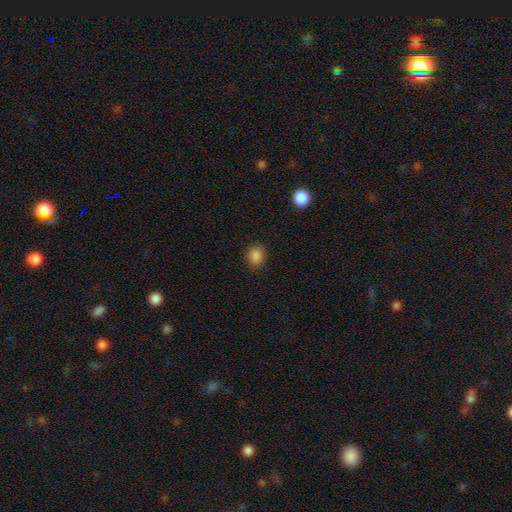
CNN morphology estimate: smooth-or-featured: smooth: 86% | star or artifact: 11% | featured or disk: 3%
  how-rounded: round: 57% | in between: 42% | cigar-shaped: 1%
  merging: none: 89% | minor disturbance: 8% | major disturbance: 2% | merger: 1%